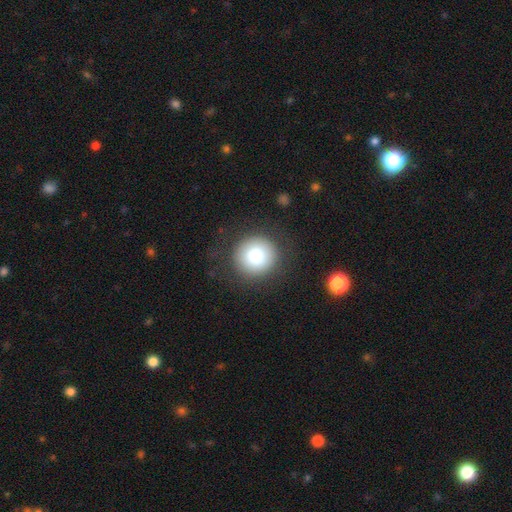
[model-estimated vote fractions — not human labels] Morphology: type=smooth (78%); roundness=round (95%); merging=none (86%).